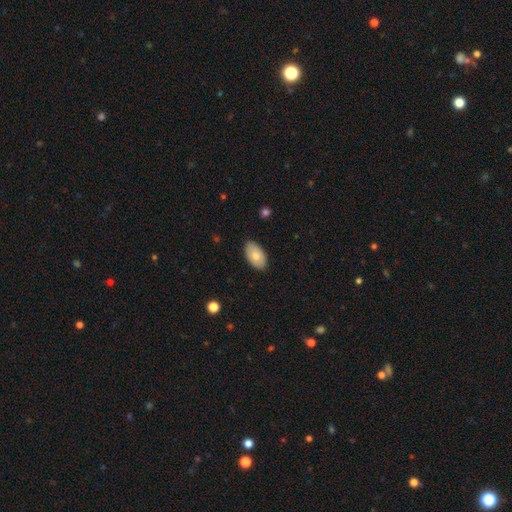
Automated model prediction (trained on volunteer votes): Q: Smooth or featured?
A: smooth (73%); runner-up: featured or disk (21%)
Q: How rounded?
A: in between (94%); runner-up: round (4%)
Q: Merging?
A: none (86%); runner-up: minor disturbance (11%)